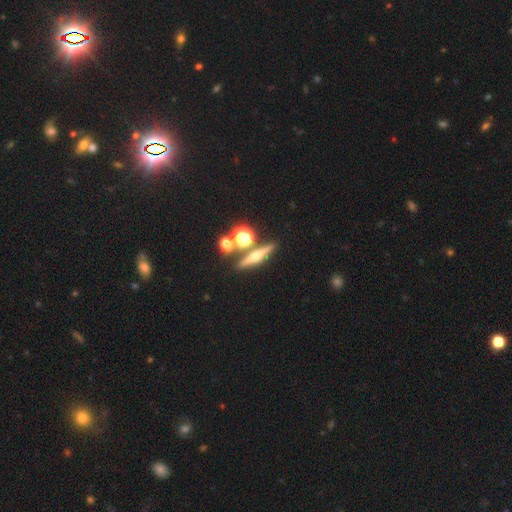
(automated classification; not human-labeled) smooth_or_featured: featured or disk (p=0.61) [alt: smooth p=0.23]
disk_edge_on: yes (p=0.92) [alt: no p=0.08]
edge_on_bulge: rounded (p=0.93) [alt: boxy p=0.04]
merging: none (p=0.77) [alt: merger p=0.12]